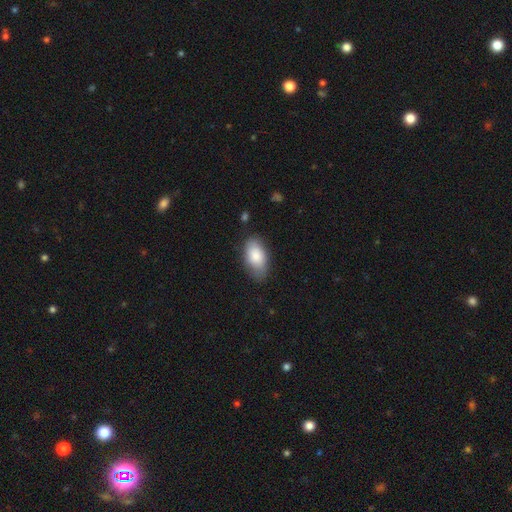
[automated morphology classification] This is clearly a smooth galaxy (83%). How rounded: clearly in between (94%). Merging: likely none (76%).